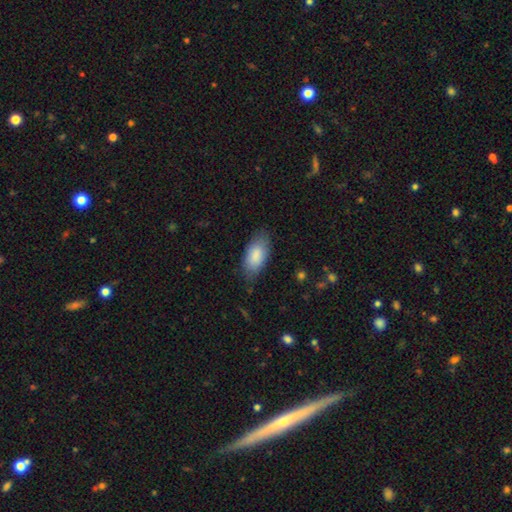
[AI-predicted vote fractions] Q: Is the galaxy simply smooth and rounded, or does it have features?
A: smooth — 86%.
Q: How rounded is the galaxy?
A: in between — 92%.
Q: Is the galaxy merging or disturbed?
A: none — 76%.